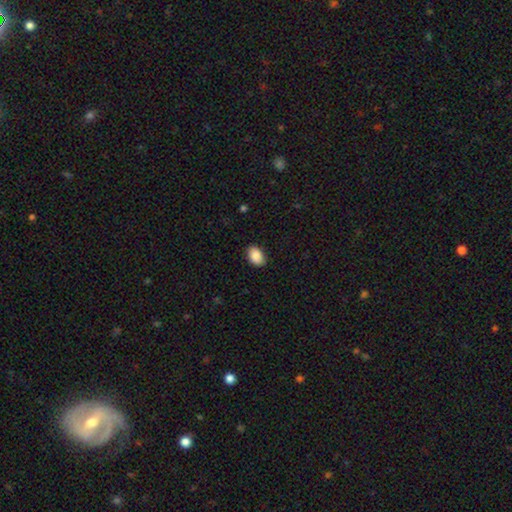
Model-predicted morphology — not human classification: Smooth or featured: smooth — 90% (star or artifact — 7%)
How rounded: in between — 86% (round — 13%)
Merging: none — 86% (minor disturbance — 11%)